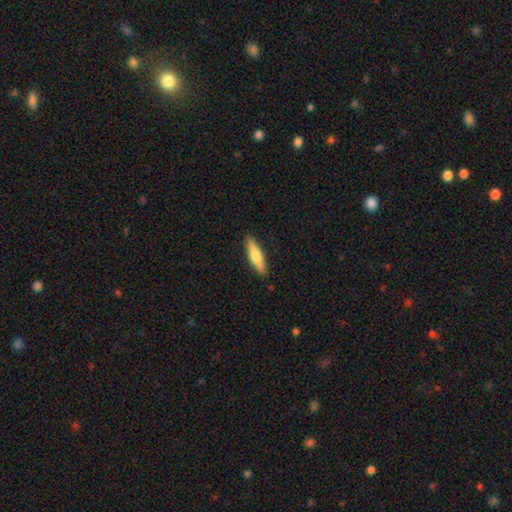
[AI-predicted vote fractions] A smooth galaxy with no disk features (61%) that is cigar-shaped (69%). Merging: none (89%).